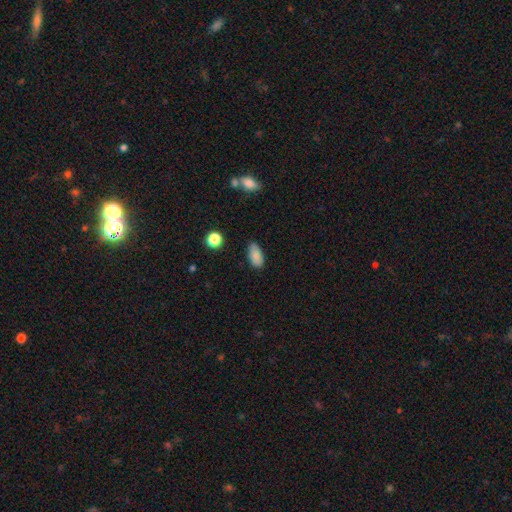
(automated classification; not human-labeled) This is clearly a smooth galaxy (86%). How rounded: clearly in between (90%). Merging: clearly none (81%).